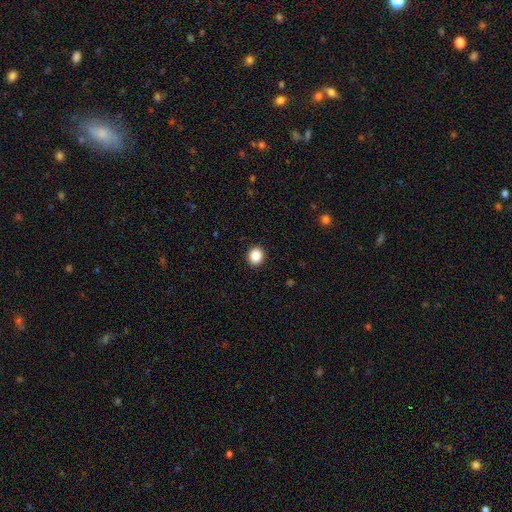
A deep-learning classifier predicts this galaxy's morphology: A smooth galaxy with no disk features (88%) that is round (75%).

Vote fractions:
- Smooth or featured? smooth: 88% / star or artifact: 9% / featured or disk: 3%
- How rounded? round: 75% / in between: 24% / cigar-shaped: 1%
- Merging? none: 92% / minor disturbance: 5% / major disturbance: 2% / merger: 1%